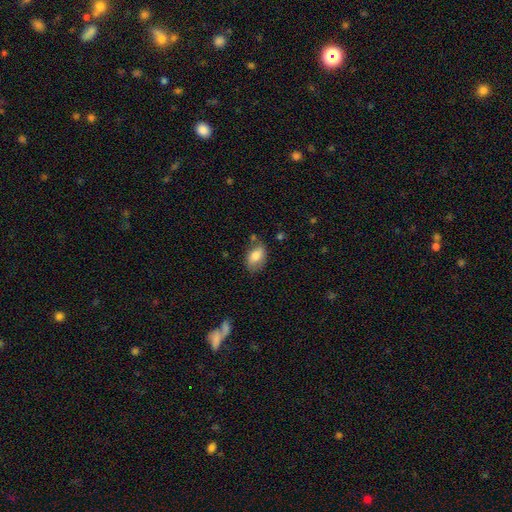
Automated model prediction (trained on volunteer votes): This is likely a smooth galaxy (79%). How rounded: clearly in between (90%). Merging: likely none (64%).